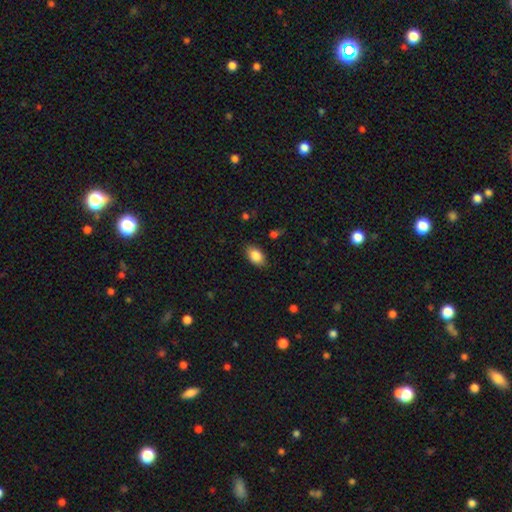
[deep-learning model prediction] Overall: smooth (85%). How rounded: in between (90%). Merging: none (84%).